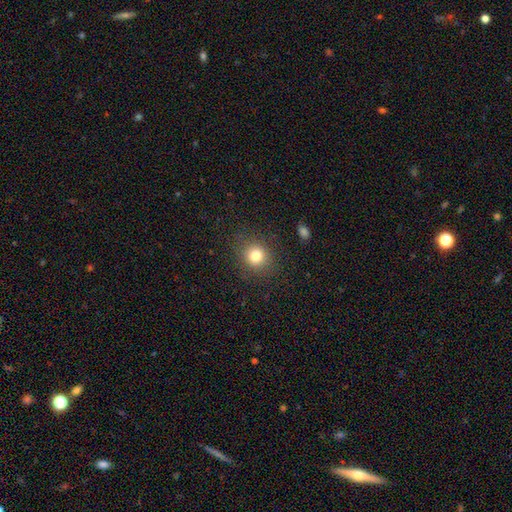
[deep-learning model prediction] Morphology: type=smooth (81%); roundness=round (83%); merging=none (87%).